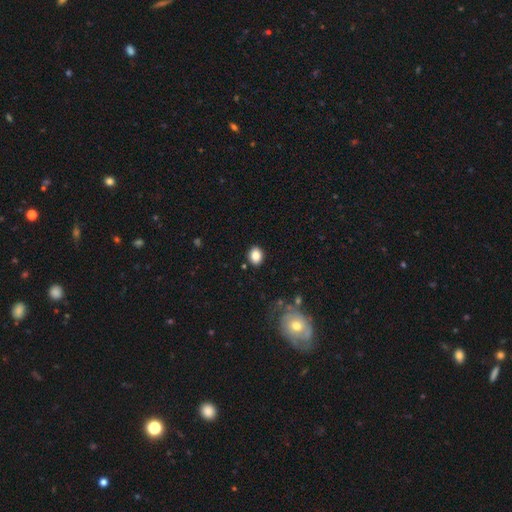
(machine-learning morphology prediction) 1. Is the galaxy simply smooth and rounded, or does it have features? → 85% smooth, 9% star or artifact, 6% featured or disk.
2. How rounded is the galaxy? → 52% in between, 47% round, 1% cigar-shaped.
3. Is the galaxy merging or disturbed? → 88% none, 8% minor disturbance, 2% major disturbance, 2% merger.